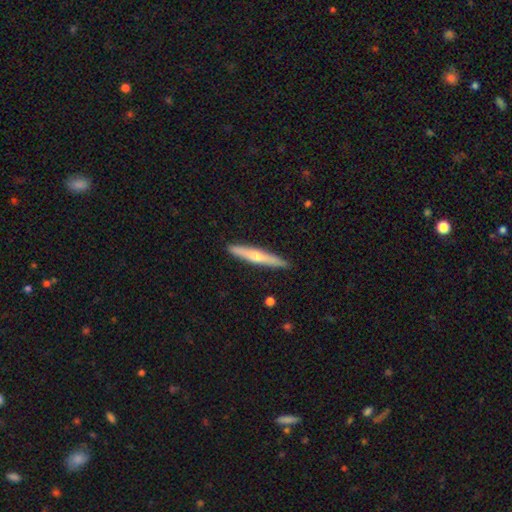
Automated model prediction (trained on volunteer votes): Q: Smooth or featured?
A: featured or disk (50%); runner-up: smooth (44%)
Q: Edge-on disk?
A: yes (95%); runner-up: no (5%)
Q: Merging?
A: none (91%); runner-up: minor disturbance (7%)